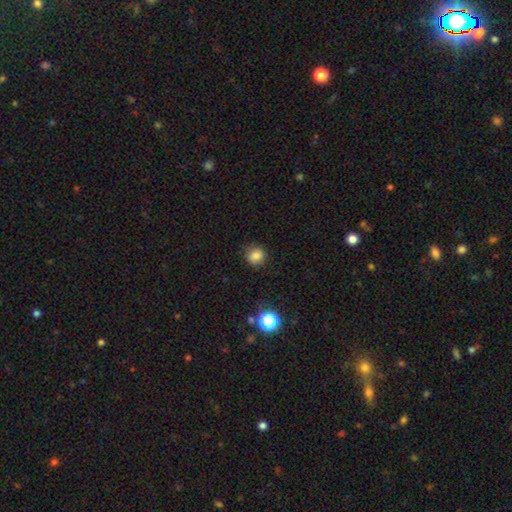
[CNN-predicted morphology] Q: Smooth or featured?
A: smooth (82%); runner-up: star or artifact (13%)
Q: How rounded?
A: round (81%); runner-up: in between (18%)
Q: Merging?
A: none (82%); runner-up: minor disturbance (13%)